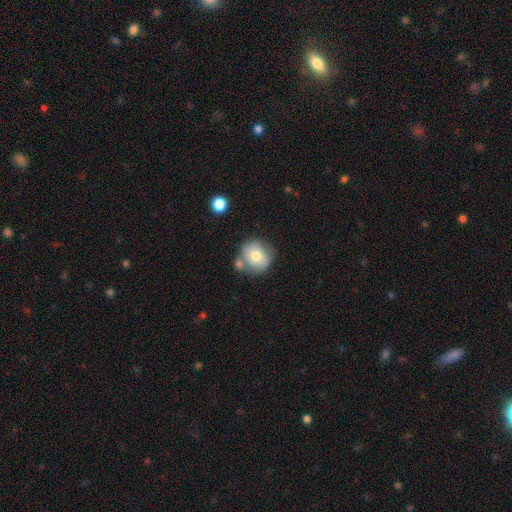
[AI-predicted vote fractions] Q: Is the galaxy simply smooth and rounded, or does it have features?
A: smooth — 70%.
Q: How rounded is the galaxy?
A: round — 82%.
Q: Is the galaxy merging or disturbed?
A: none — 56%.